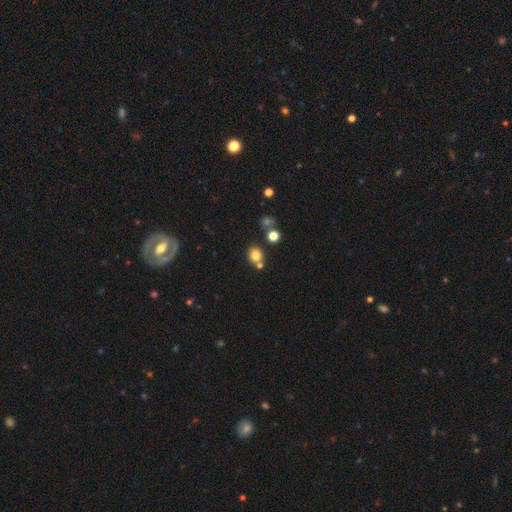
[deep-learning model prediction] Smooth or featured: smooth — 77% (star or artifact — 14%)
How rounded: round — 68% (in between — 31%)
Merging: none — 66% (merger — 19%)